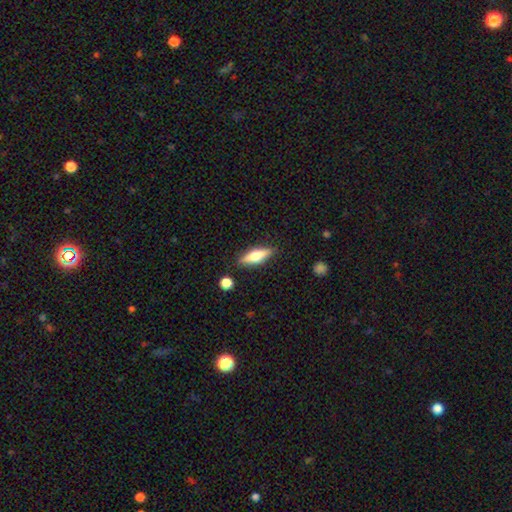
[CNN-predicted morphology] smooth-or-featured: smooth: 48% | featured or disk: 45% | star or artifact: 7%
  merging: none: 86% | minor disturbance: 10% | merger: 2% | major disturbance: 2%